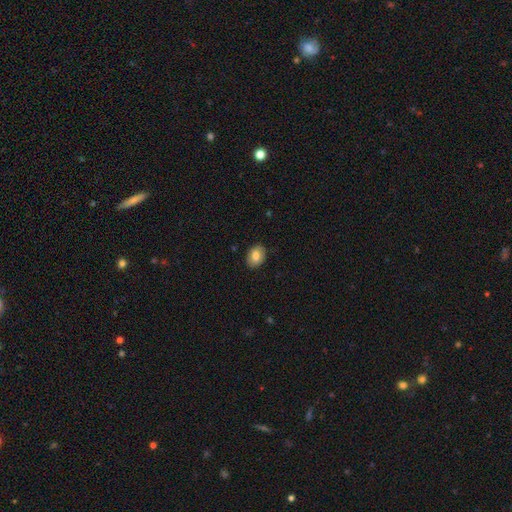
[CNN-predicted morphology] A smooth galaxy with no disk features (77%) that is in between round and cigar-shaped (76%). Merging: none (87%).